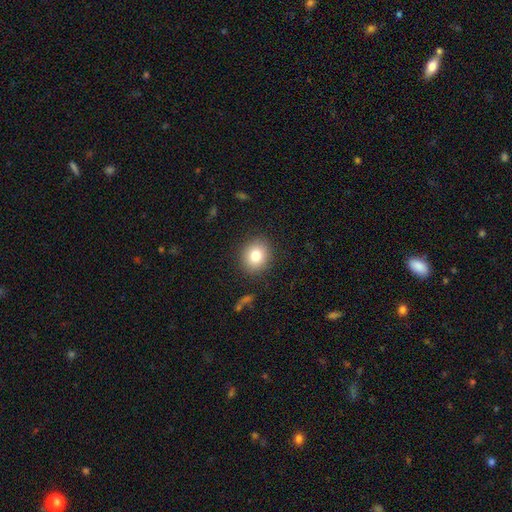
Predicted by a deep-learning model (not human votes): smooth-or-featured: smooth: 81% | star or artifact: 10% | featured or disk: 9%
  how-rounded: round: 73% | in between: 27% | cigar-shaped: 1%
  merging: none: 88% | minor disturbance: 8% | major disturbance: 3% | merger: 1%